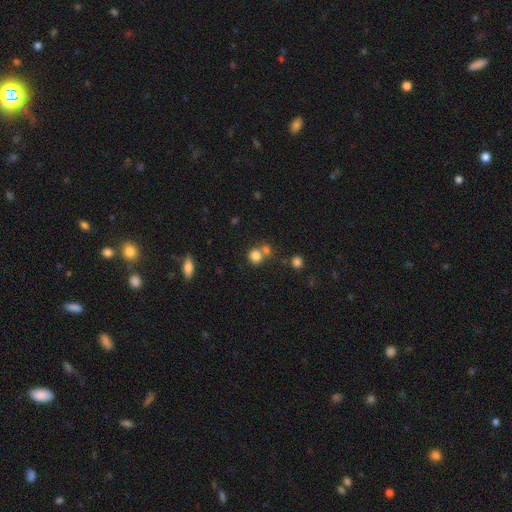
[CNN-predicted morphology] type=smooth (80%); roundness=round (80%); merging=none (52%).